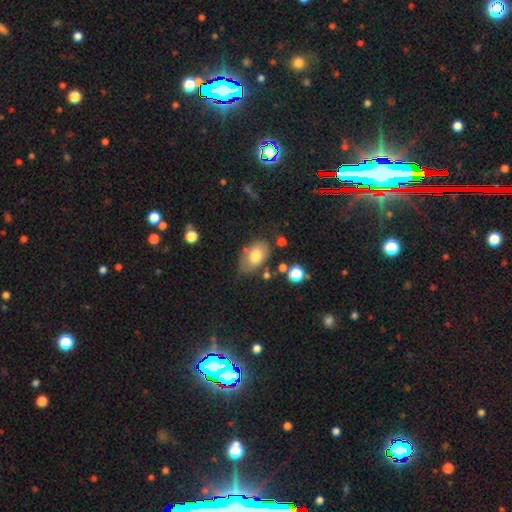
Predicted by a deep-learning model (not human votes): smooth_or_featured: smooth (p=0.73) [alt: featured or disk p=0.19]
how_rounded: in between (p=0.86) [alt: round p=0.13]
merging: none (p=0.61) [alt: minor disturbance p=0.26]